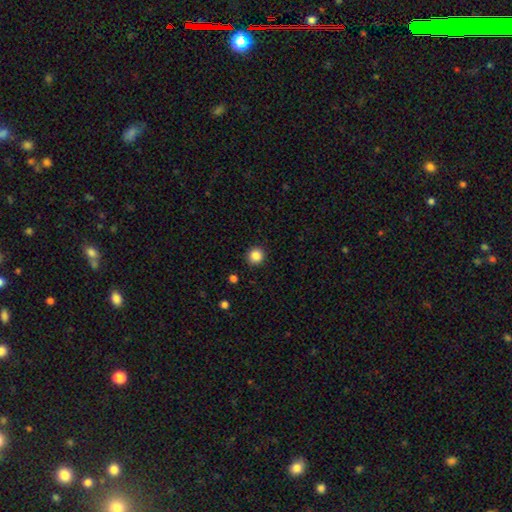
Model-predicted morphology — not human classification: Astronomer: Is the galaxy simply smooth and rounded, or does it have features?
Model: smooth — 86%.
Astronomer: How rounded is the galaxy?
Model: round — 93%.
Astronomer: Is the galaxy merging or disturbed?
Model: none — 92%.